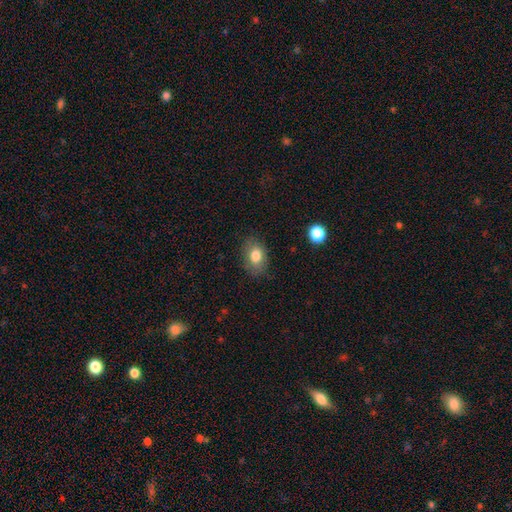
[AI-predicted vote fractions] Q: Smooth or featured?
A: smooth (80%); runner-up: featured or disk (11%)
Q: How rounded?
A: in between (79%); runner-up: round (20%)
Q: Merging?
A: none (81%); runner-up: minor disturbance (14%)